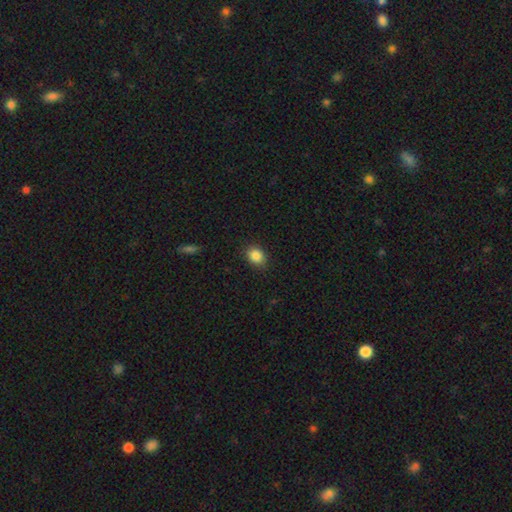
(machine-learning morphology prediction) A smooth galaxy with no disk features (87%) that is in between round and cigar-shaped (52%).

Vote fractions:
- Smooth or featured? smooth: 87% / star or artifact: 9% / featured or disk: 4%
- How rounded? in between: 52% / round: 47% / cigar-shaped: 1%
- Merging? none: 87% / minor disturbance: 9% / major disturbance: 2% / merger: 1%